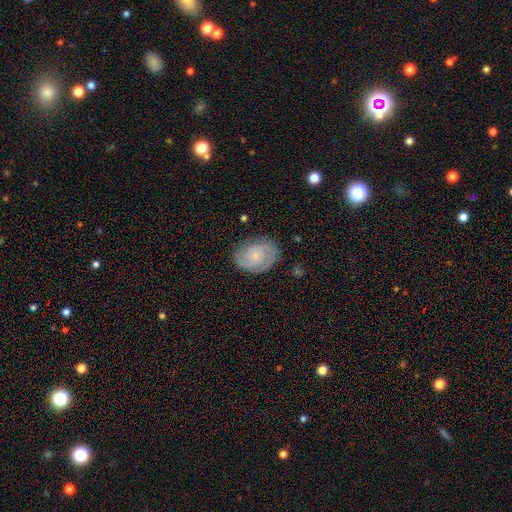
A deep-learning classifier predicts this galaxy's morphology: smooth-or-featured: featured or disk: 69% | smooth: 24% | star or artifact: 7%
  disk-edge-on: no: 98% | yes: 2%
    bar: no: 70% | weak: 26% | strong: 4%
    has-spiral-arms: yes: 94% | no: 6%
      spiral-winding: tight: 57% | medium: 35% | loose: 8%
      spiral-arm-count: 2: 65% | can't tell: 16% | 3: 10% | 1: 4% | 4: 3% | more than 4: 2%
    bulge-size: small: 61% | none: 18% | moderate: 17% | large: 2% | dominant: 1%
  merging: none: 80% | minor disturbance: 14% | major disturbance: 4% | merger: 1%